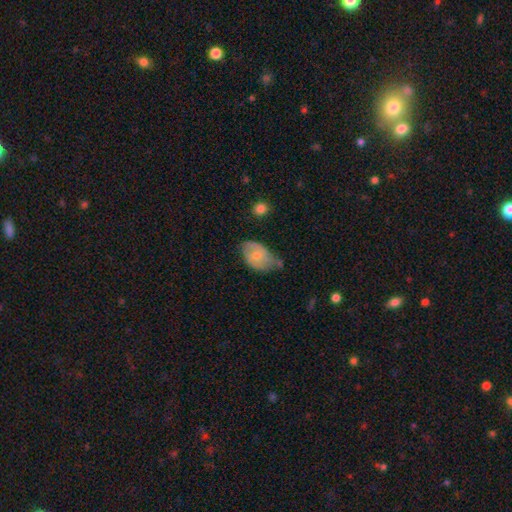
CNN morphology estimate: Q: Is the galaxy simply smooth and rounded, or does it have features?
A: smooth — 47%.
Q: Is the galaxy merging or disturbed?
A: none — 45%.